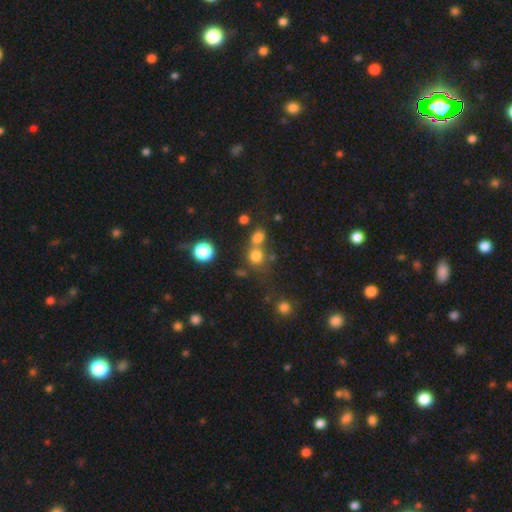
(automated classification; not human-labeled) Smooth or featured: smooth — 76% (star or artifact — 16%)
How rounded: round — 82% (in between — 17%)
Merging: none — 49% (merger — 38%)